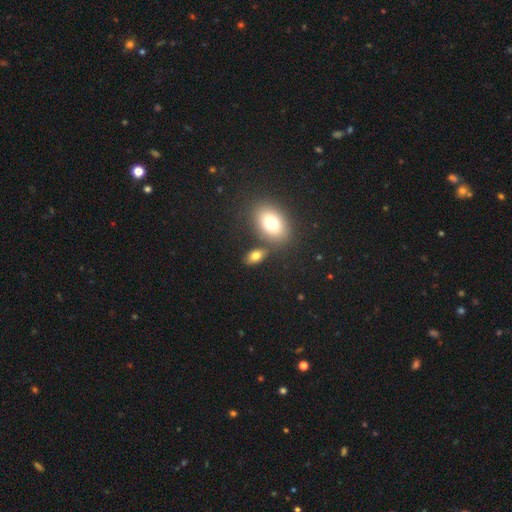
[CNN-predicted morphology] Q: Smooth or featured?
A: smooth (76%); runner-up: featured or disk (14%)
Q: How rounded?
A: in between (86%); runner-up: round (11%)
Q: Merging?
A: none (71%); runner-up: merger (14%)